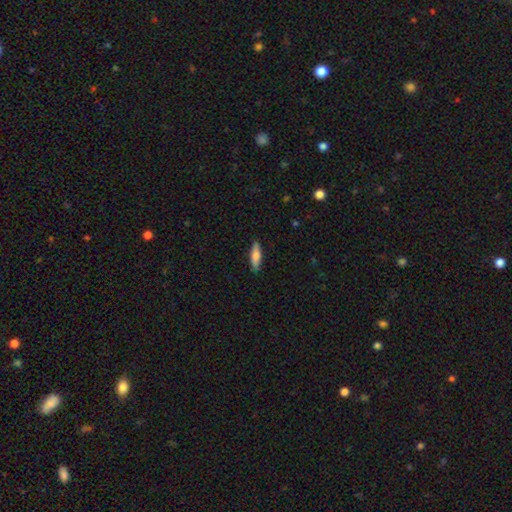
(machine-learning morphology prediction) Overall: smooth (76%). How rounded: cigar-shaped (59%; in between 39%). Merging: none (88%).